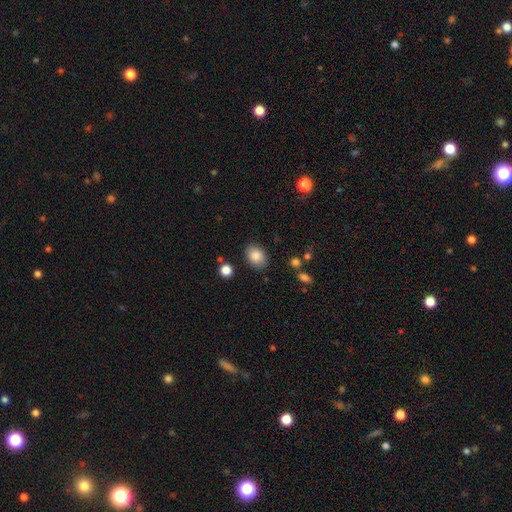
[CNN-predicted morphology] Q: Smooth or featured?
A: smooth (85%); runner-up: star or artifact (8%)
Q: How rounded?
A: in between (73%); runner-up: round (26%)
Q: Merging?
A: none (85%); runner-up: minor disturbance (10%)